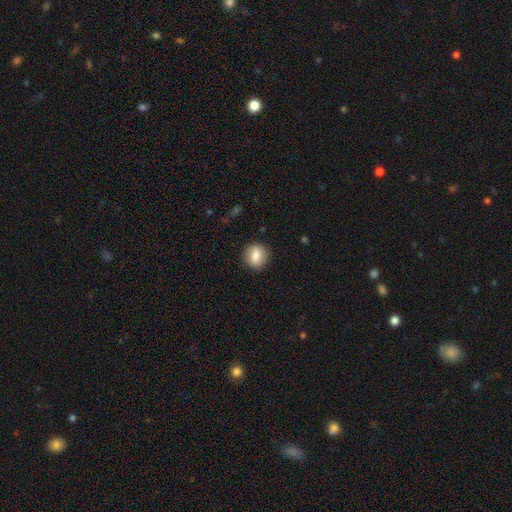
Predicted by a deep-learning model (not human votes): A smooth galaxy with no disk features (80%) that is round (83%). Merging: none (88%).